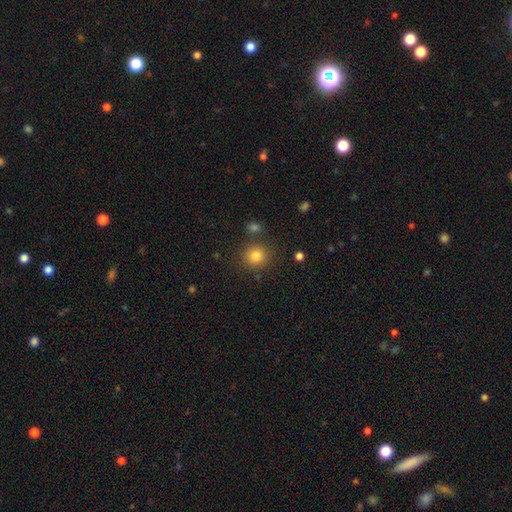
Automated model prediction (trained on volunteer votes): This is clearly a smooth galaxy (82%). How rounded: clearly round (87%). Merging: clearly none (82%).